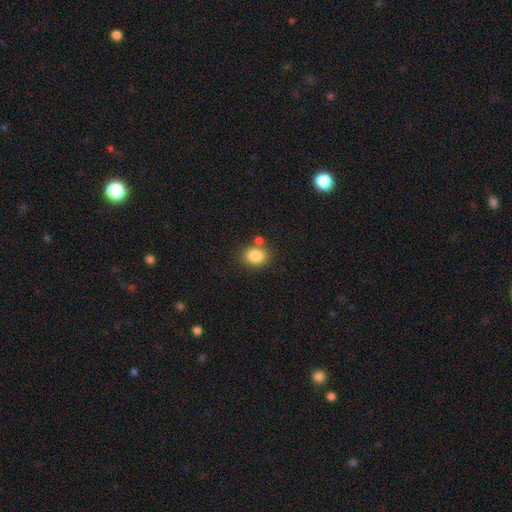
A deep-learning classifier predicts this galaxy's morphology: Smooth or featured: smooth — 84% (star or artifact — 10%)
How rounded: round — 55% (in between — 45%)
Merging: none — 70% (merger — 16%)